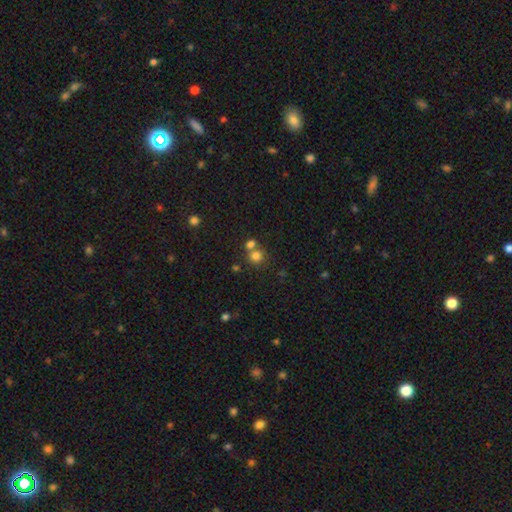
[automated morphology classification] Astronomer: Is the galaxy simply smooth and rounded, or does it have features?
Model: smooth — 77%.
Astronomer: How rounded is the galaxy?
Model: round — 84%.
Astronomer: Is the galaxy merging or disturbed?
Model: none — 52% (runner-up: merger, 38%).